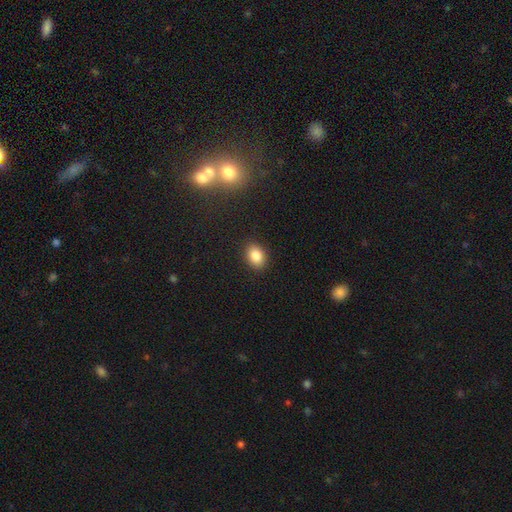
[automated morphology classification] Smooth or featured: smooth — 85% (star or artifact — 9%)
How rounded: in between — 71% (round — 28%)
Merging: none — 89% (minor disturbance — 8%)